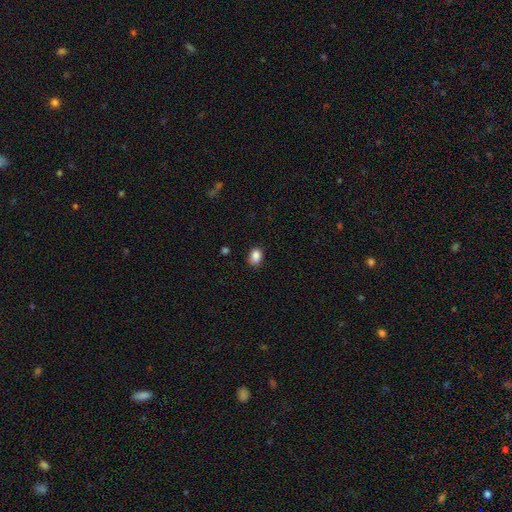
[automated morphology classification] smooth-or-featured: smooth: 87% | star or artifact: 9% | featured or disk: 3%
  how-rounded: in between: 64% | round: 35% | cigar-shaped: 1%
  merging: none: 80% | minor disturbance: 15% | major disturbance: 3% | merger: 1%